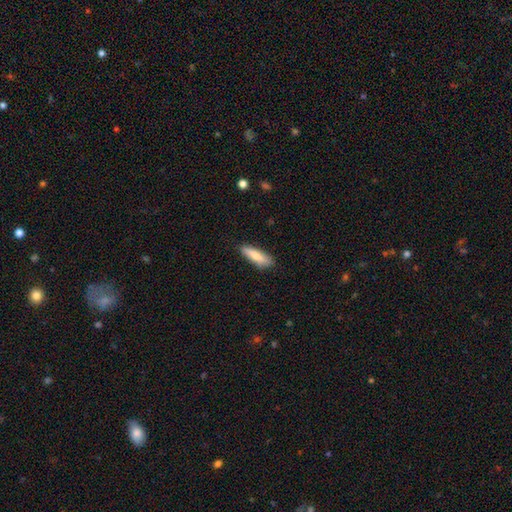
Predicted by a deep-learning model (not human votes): Smooth or featured?
  - smooth: 77% *
  - featured or disk: 17%
  - star or artifact: 6%
How rounded?
  - cigar-shaped: 61% *
  - in between: 37%
  - round: 2%
Merging?
  - none: 82% *
  - minor disturbance: 14%
  - major disturbance: 2%
  - merger: 1%